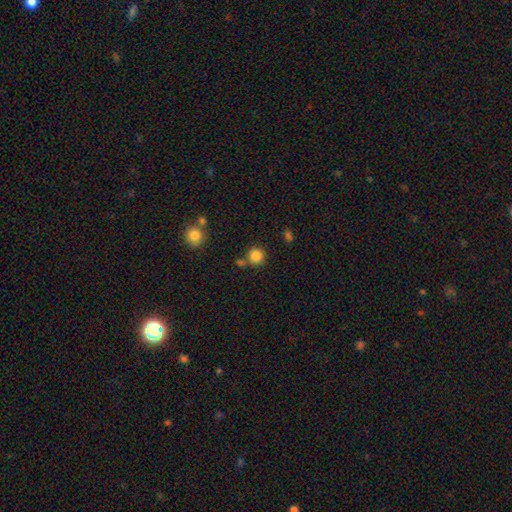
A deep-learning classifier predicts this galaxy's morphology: smooth 84%, star or artifact 11%, featured or disk 5%. Down the decision tree: how rounded — round (92%); merging — none (72%).